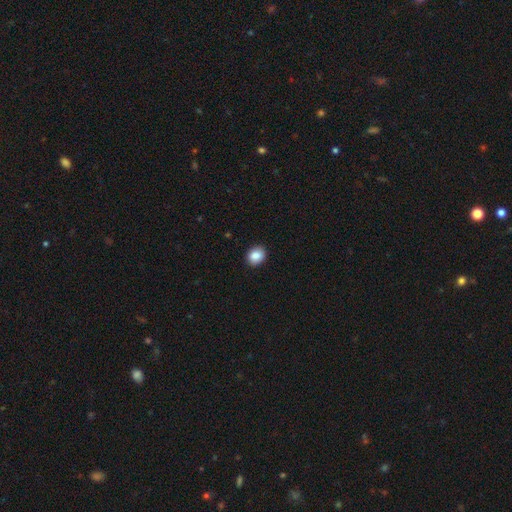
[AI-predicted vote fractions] Smooth or featured? Predicted: smooth (p=0.88). How rounded? Predicted: round (p=0.56). Merging? Predicted: none (p=0.91).